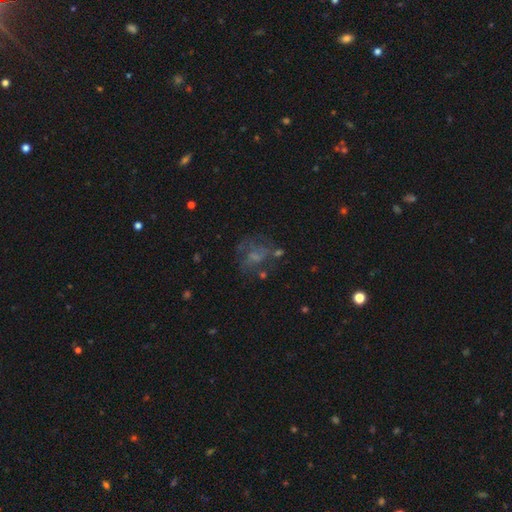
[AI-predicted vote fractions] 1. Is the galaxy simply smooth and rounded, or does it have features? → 47% featured or disk, 33% smooth, 20% star or artifact.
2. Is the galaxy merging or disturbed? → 47% none, 28% major disturbance, 19% minor disturbance, 7% merger.